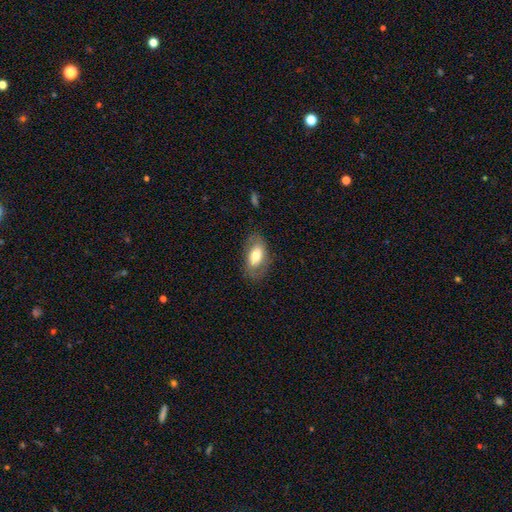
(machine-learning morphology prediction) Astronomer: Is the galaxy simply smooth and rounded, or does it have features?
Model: smooth — 64%.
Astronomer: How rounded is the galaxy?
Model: in between — 91%.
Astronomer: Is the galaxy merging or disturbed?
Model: none — 73%.